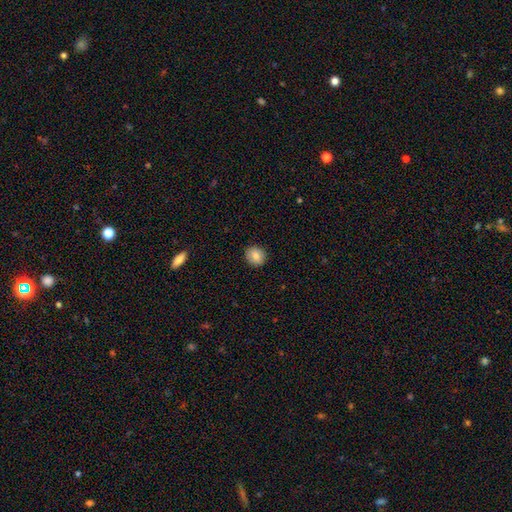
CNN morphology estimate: Overall: smooth (83%). How rounded: round (81%). Merging: none (90%).